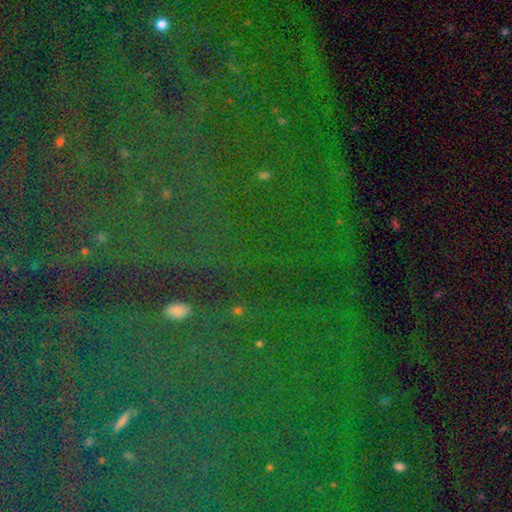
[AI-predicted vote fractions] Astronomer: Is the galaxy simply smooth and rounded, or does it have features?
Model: star or artifact — 82%.